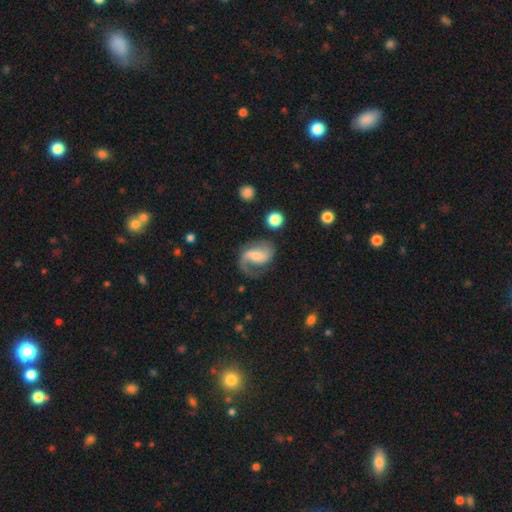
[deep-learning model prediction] featured or disk 78%, smooth 16%, star or artifact 6%. Down the decision tree: edge-on disk — no (97%); bar — weak (43%); spiral arms — yes (94%); spiral arm count — 2 (58%); spiral winding — loose (46%); bulge size — small (46%); merging — none (55%).